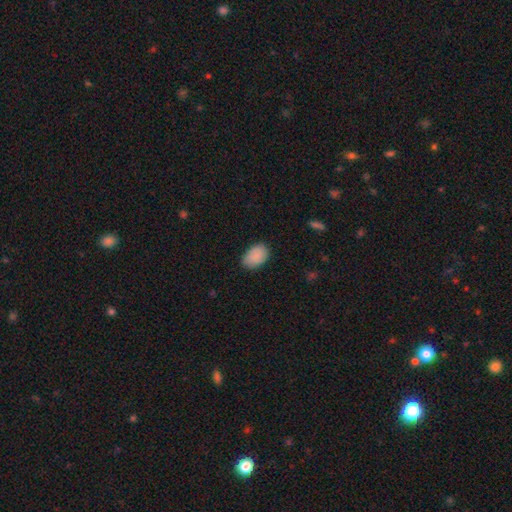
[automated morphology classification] smooth_or_featured: smooth (p=0.89) [alt: star or artifact p=0.07]
how_rounded: in between (p=0.88) [alt: round p=0.11]
merging: none (p=0.77) [alt: minor disturbance p=0.19]